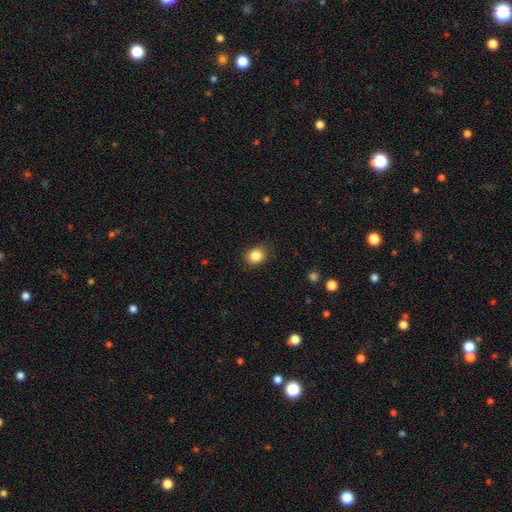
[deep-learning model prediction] Q: Smooth or featured?
A: smooth (86%); runner-up: star or artifact (10%)
Q: How rounded?
A: round (63%); runner-up: in between (36%)
Q: Merging?
A: none (85%); runner-up: minor disturbance (11%)